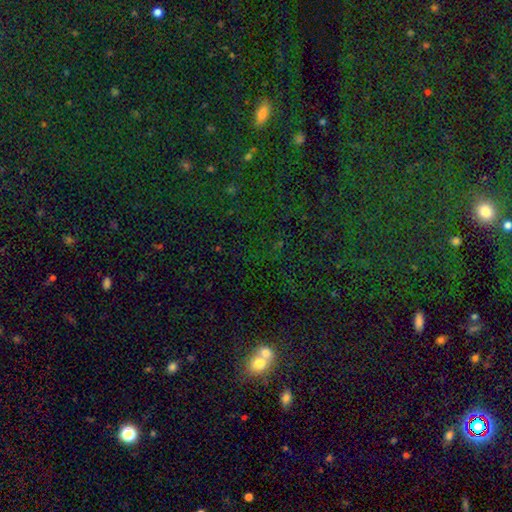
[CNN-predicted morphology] Smooth or featured: star or artifact — 61% (smooth — 28%)